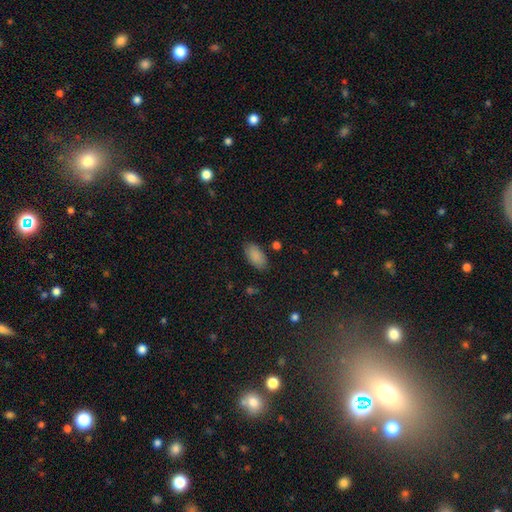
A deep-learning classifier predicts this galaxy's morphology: Smooth or featured: smooth — 88% (star or artifact — 7%)
How rounded: in between — 92% (cigar-shaped — 5%)
Merging: none — 82% (minor disturbance — 12%)